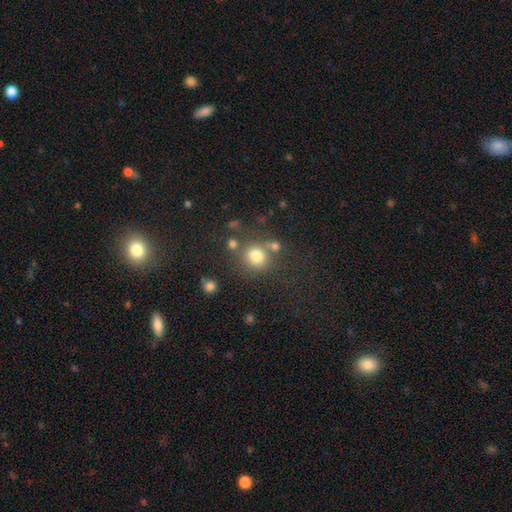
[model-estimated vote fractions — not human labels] A smooth galaxy with no disk features (77%) that is round (85%). Merging: none (67%).